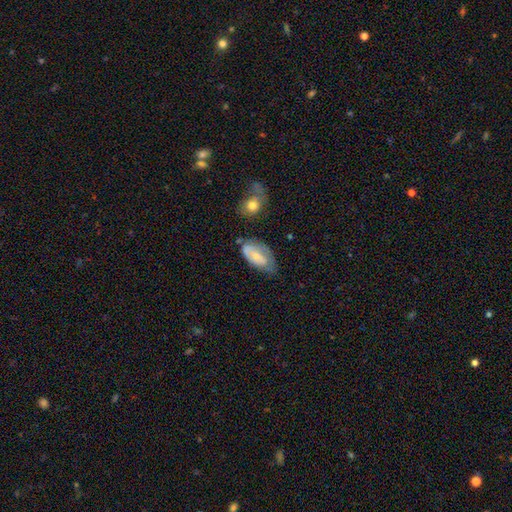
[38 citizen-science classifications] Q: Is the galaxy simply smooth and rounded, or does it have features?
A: smooth — 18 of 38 (47%).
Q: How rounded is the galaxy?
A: in between — 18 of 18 (100%).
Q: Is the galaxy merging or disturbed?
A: minor disturbance — 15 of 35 (43%).